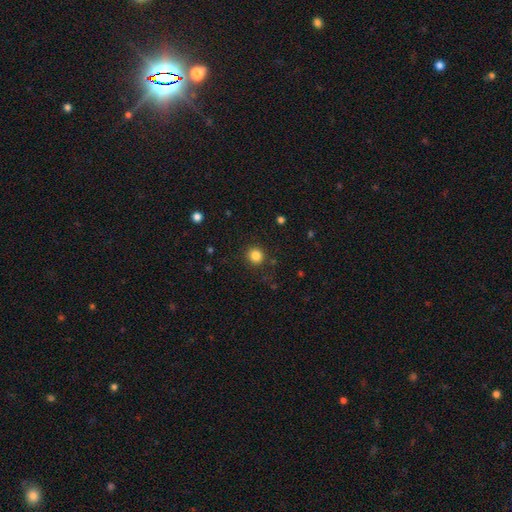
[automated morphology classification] smooth_or_featured: smooth (p=0.84) [alt: star or artifact p=0.12]
how_rounded: round (p=0.90) [alt: in between p=0.09]
merging: none (p=0.89) [alt: minor disturbance p=0.07]